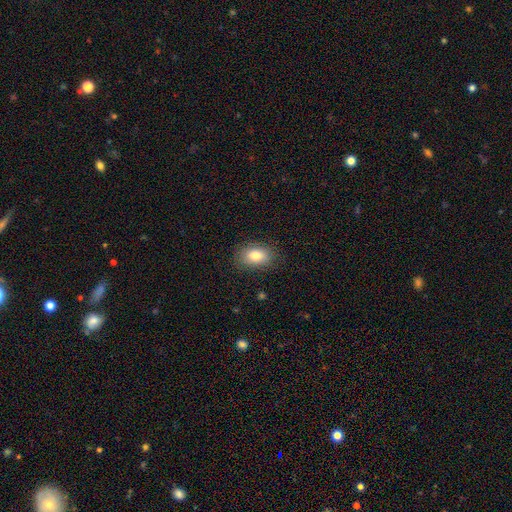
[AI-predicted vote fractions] Smooth or featured?
  - smooth: 82% *
  - featured or disk: 10%
  - star or artifact: 8%
How rounded?
  - in between: 86% *
  - round: 12%
  - cigar-shaped: 2%
Merging?
  - none: 85% *
  - minor disturbance: 11%
  - major disturbance: 3%
  - merger: 1%